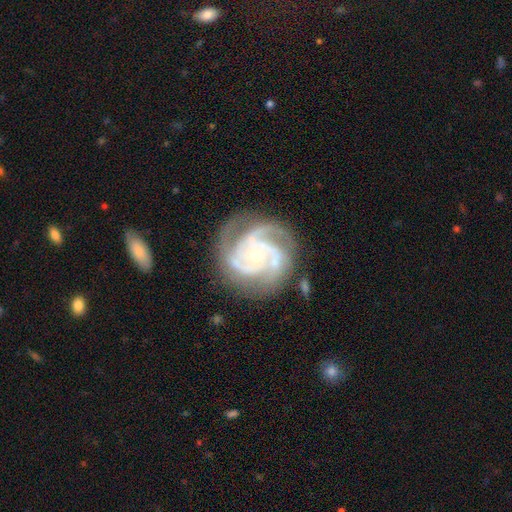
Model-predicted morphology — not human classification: Smooth or featured?
  - featured or disk: 92% *
  - star or artifact: 4%
  - smooth: 4%
Edge-on disk?
  - no: 98% *
  - yes: 2%
Bar?
  - no: 73% *
  - weak: 20%
  - strong: 7%
Spiral arms?
  - yes: 98% *
  - no: 2%
Spiral winding?
  - tight: 60% *
  - medium: 36%
  - loose: 4%
Spiral arm count?
  - 3: 64% *
  - 4: 17%
  - 2: 8%
  - can't tell: 5%
  - more than 4: 3%
  - 1: 3%
Bulge size?
  - small: 65% *
  - moderate: 32%
  - large: 1%
  - none: 1%
  - dominant: 1%
Merging?
  - none: 74% *
  - minor disturbance: 17%
  - major disturbance: 7%
  - merger: 2%